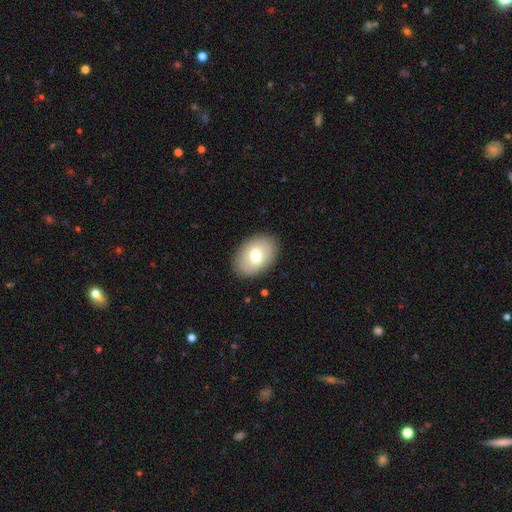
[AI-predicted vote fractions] Smooth or featured? smooth (72%)
How rounded? in between (85%)
Merging? none (88%)